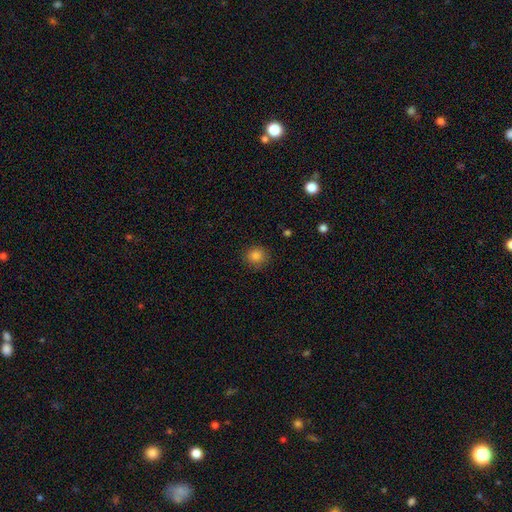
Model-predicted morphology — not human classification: Q: Smooth or featured?
A: smooth (84%); runner-up: star or artifact (12%)
Q: How rounded?
A: round (89%); runner-up: in between (10%)
Q: Merging?
A: none (88%); runner-up: minor disturbance (9%)